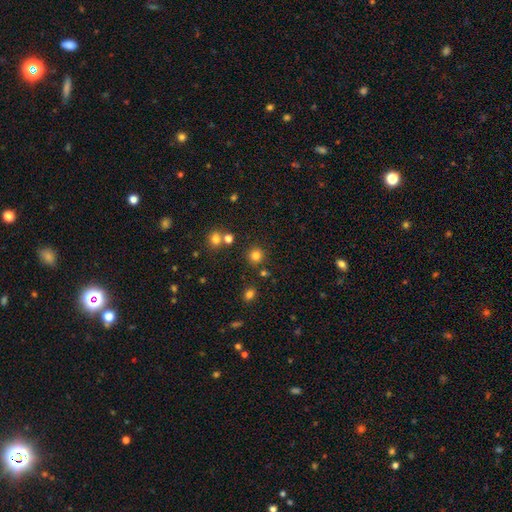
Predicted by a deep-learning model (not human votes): The model was most divided on "smooth or featured": smooth: 80%, star or artifact: 15%, featured or disk: 5%. More confident: how rounded — round (92%); merging — none (83%).